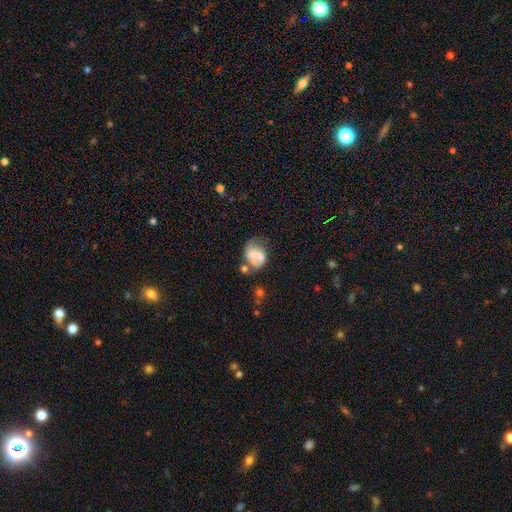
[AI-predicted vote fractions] Smooth or featured? Predicted: smooth (p=0.50). How rounded? Predicted: in between (p=0.57). Merging? Predicted: none (p=0.33).